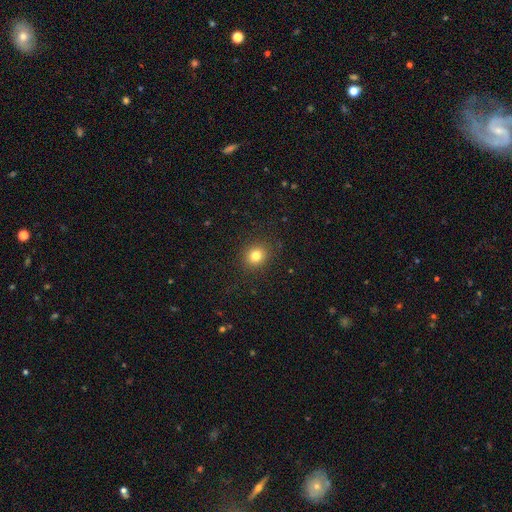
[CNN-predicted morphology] Overall: smooth (81%). How rounded: round (76%). Merging: none (89%).